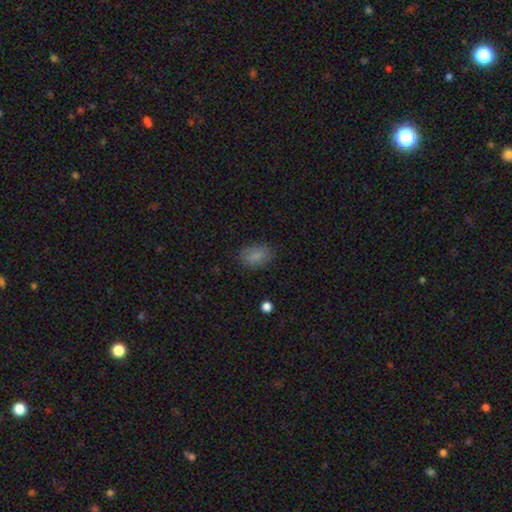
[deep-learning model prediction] Morphology: type=smooth (84%); roundness=in between (85%); merging=none (80%).